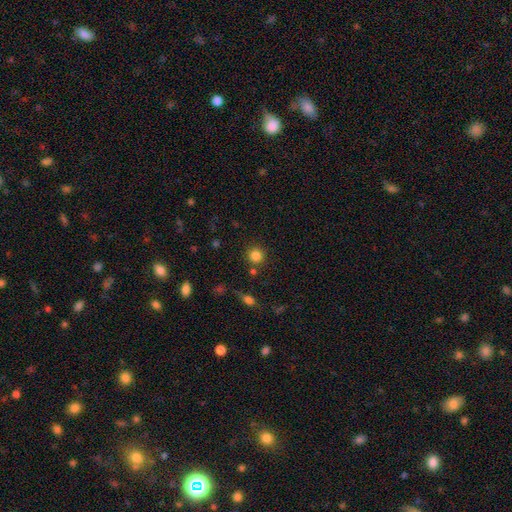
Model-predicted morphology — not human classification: This appears to be a smooth galaxy with no disk features (83%) that is round (93%). Merging: none (84%).